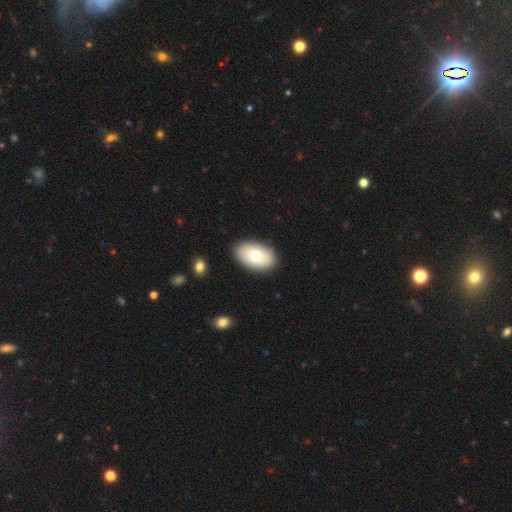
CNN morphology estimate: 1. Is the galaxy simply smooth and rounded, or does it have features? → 73% smooth, 20% featured or disk, 6% star or artifact.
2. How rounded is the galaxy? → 92% in between, 6% round, 1% cigar-shaped.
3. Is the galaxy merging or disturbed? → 89% none, 8% minor disturbance, 2% major disturbance, 1% merger.